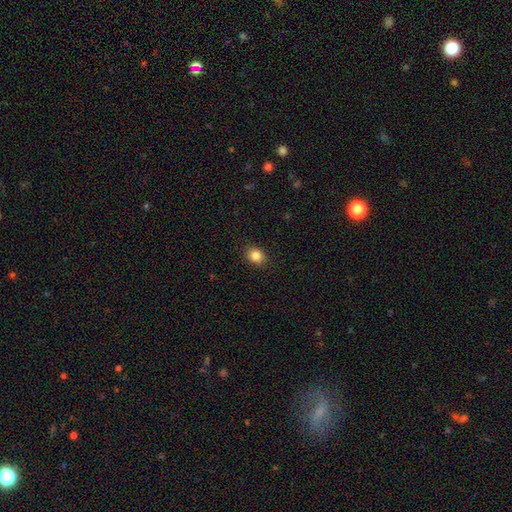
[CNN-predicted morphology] smooth 86%, star or artifact 10%, featured or disk 4%. Down the decision tree: how rounded — round (54%); merging — none (88%).